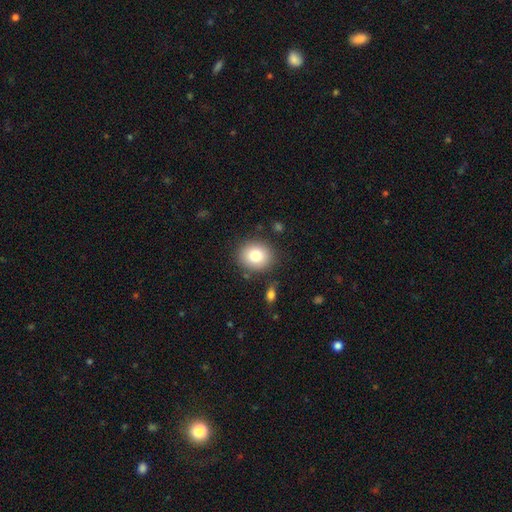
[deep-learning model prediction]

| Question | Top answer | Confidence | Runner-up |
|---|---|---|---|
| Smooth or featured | smooth | 79% | featured or disk (11%) |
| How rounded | round | 72% | in between (27%) |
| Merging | none | 86% | minor disturbance (9%) |